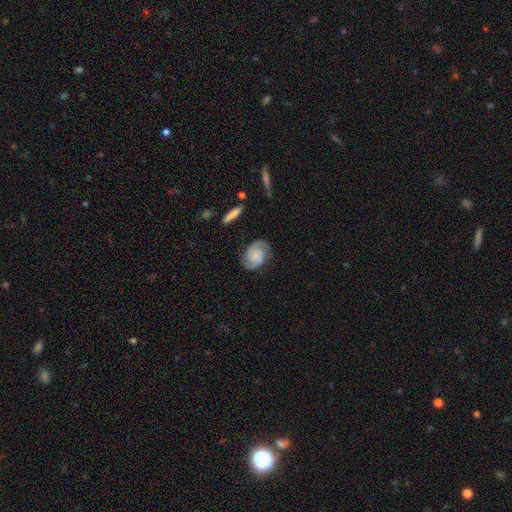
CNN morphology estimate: featured or disk 81%, smooth 13%, star or artifact 6%. Down the decision tree: edge-on disk — no (98%); bar — no (66%); spiral arms — yes (97%); spiral arm count — 2 (92%); spiral winding — medium (45%); bulge size — small (45%); merging — none (81%).